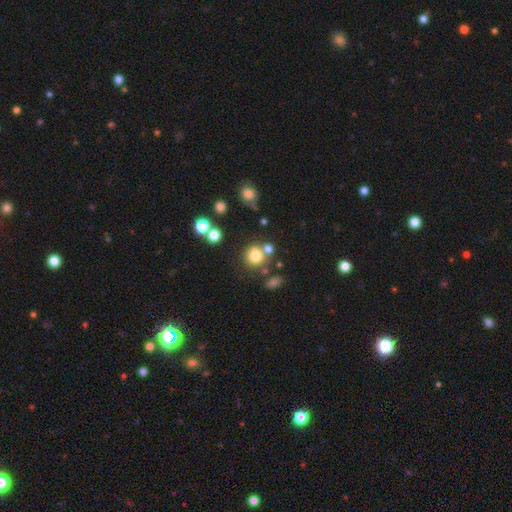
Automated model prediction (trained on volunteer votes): Smooth or featured?
  - smooth: 76% *
  - star or artifact: 13%
  - featured or disk: 10%
How rounded?
  - round: 87% *
  - in between: 12%
  - cigar-shaped: 1%
Merging?
  - none: 63% *
  - merger: 20%
  - minor disturbance: 12%
  - major disturbance: 5%